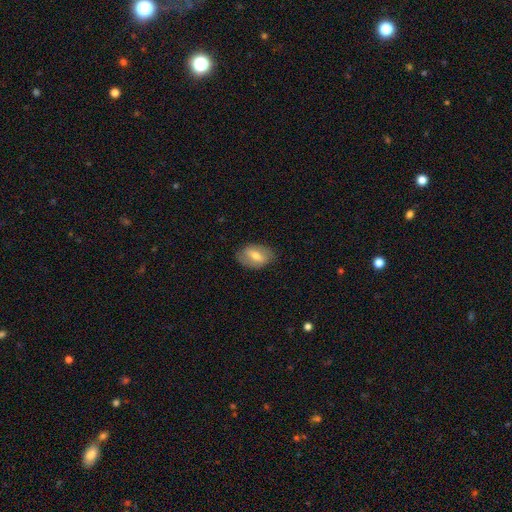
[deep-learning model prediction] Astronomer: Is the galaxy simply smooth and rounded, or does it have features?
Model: smooth — 55% (runner-up: featured or disk, 38%).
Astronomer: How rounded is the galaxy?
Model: in between — 85%.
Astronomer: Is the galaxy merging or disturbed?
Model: none — 80%.